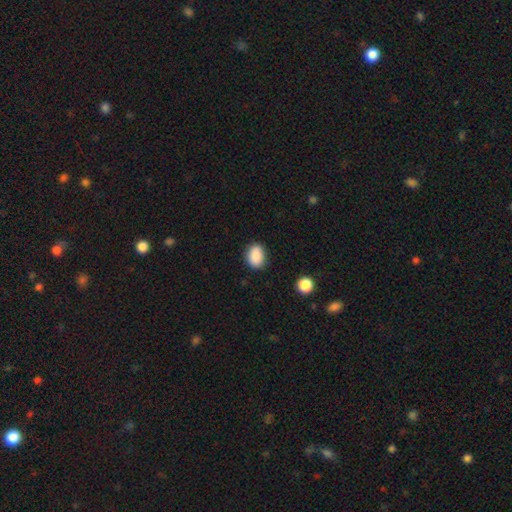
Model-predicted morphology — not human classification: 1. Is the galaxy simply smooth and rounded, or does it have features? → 88% smooth, 8% star or artifact, 4% featured or disk.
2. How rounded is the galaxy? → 72% in between, 27% round, 1% cigar-shaped.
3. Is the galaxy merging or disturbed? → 84% none, 12% minor disturbance, 3% major disturbance, 1% merger.